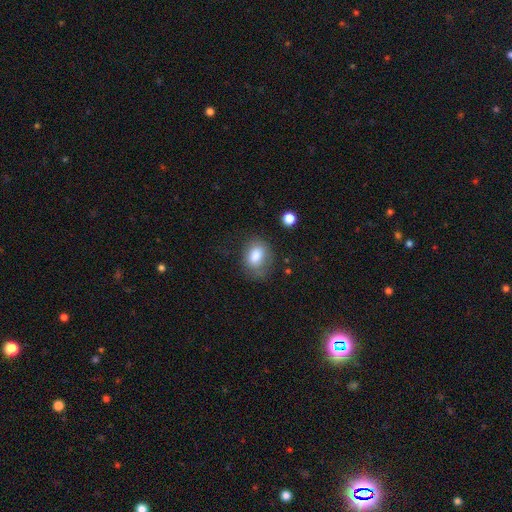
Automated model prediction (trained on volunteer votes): The model was most divided on "how rounded": in between: 63%, round: 36%, cigar-shaped: 1%. More confident: smooth or featured — smooth (81%); merging — none (61%).